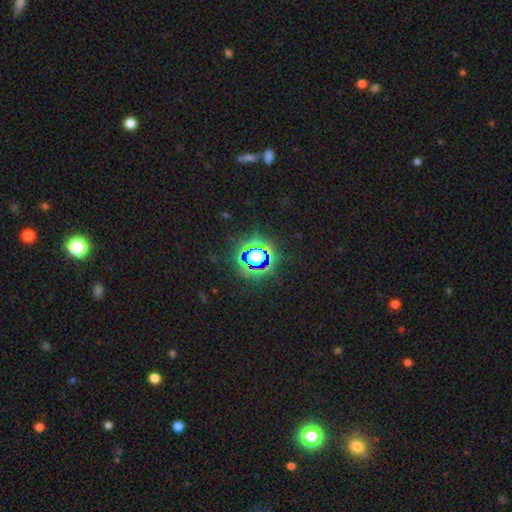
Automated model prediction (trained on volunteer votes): smooth_or_featured: star or artifact (p=0.69) [alt: smooth p=0.21]